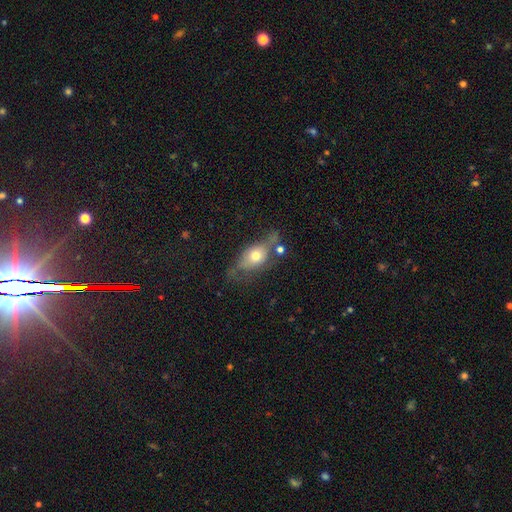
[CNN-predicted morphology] The model was most divided on "smooth or featured": smooth: 51%, featured or disk: 40%, star or artifact: 8%. Remaining: how rounded — in between (73%); merging — none (43%).